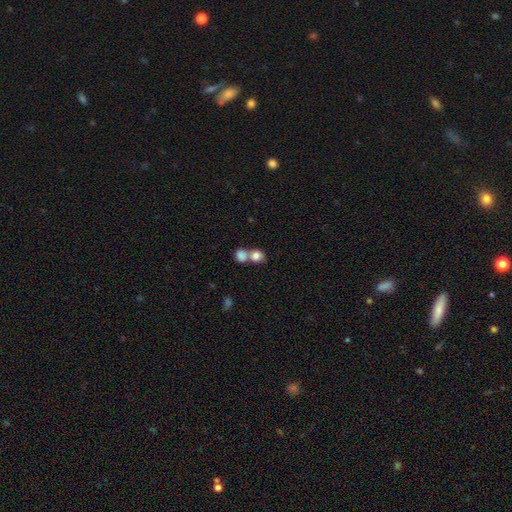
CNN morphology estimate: smooth 82%, featured or disk 9%, star or artifact 9%. Down the decision tree: how rounded — round (71%); merging — merger (59%).